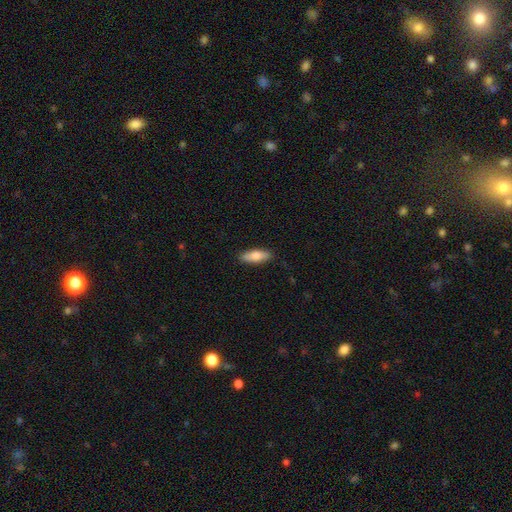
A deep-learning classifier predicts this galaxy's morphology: smooth_or_featured: smooth (p=0.74) [alt: featured or disk p=0.20]
how_rounded: in between (p=0.58) [alt: cigar-shaped p=0.40]
merging: none (p=0.89) [alt: minor disturbance p=0.08]